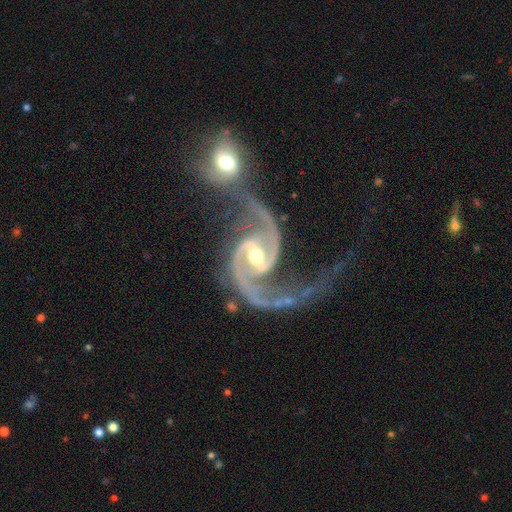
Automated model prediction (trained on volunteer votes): Smooth or featured?
  - featured or disk: 94% *
  - star or artifact: 4%
  - smooth: 2%
Edge-on disk?
  - no: 98% *
  - yes: 2%
Bar?
  - weak: 44% *
  - strong: 42%
  - no: 15%
Spiral arms?
  - yes: 99% *
  - no: 1%
Spiral winding?
  - medium: 50% *
  - loose: 38%
  - tight: 12%
Spiral arm count?
  - 2: 92% *
  - 1: 2%
  - 3: 2%
  - can't tell: 2%
  - 4: 1%
  - more than 4: 1%
Bulge size?
  - moderate: 60% *
  - small: 35%
  - large: 3%
  - none: 1%
  - dominant: 1%
Merging?
  - merger: 39% *
  - none: 27%
  - major disturbance: 19%
  - minor disturbance: 15%